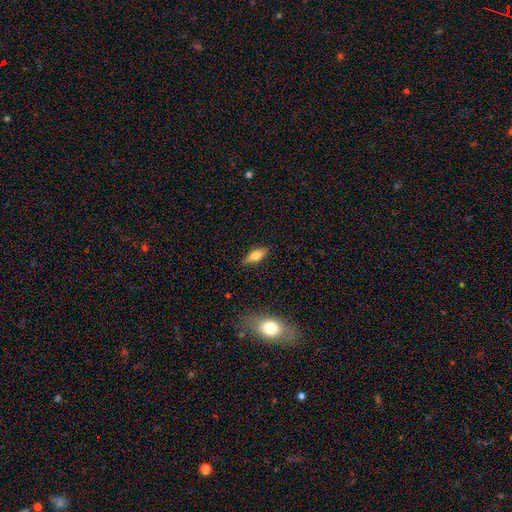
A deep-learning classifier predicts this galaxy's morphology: smooth_or_featured: smooth (p=0.59) [alt: featured or disk p=0.33]
how_rounded: in between (p=0.62) [alt: cigar-shaped p=0.35]
merging: none (p=0.85) [alt: minor disturbance p=0.11]